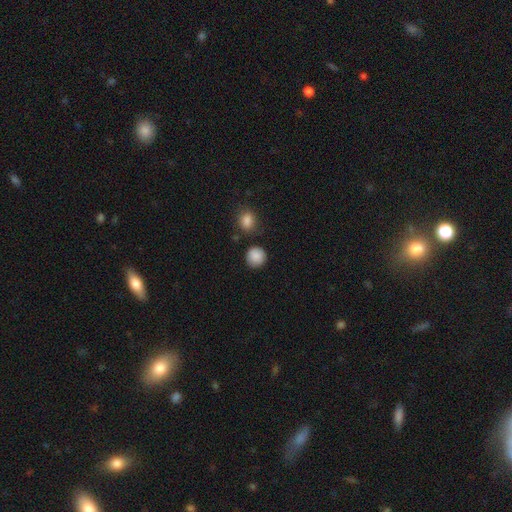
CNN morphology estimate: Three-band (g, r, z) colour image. It shows a smooth galaxy with no disk features (88%) that is round (91%). Merging: none (83%).